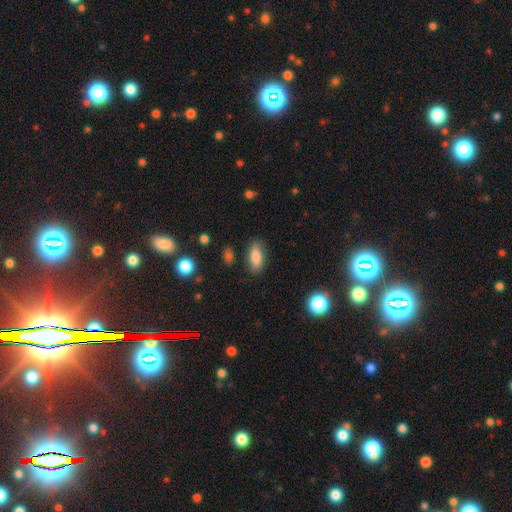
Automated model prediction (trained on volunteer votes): This appears to be a smooth galaxy with no disk features (84%) that is in between round and cigar-shaped (84%). Merging: none (81%).